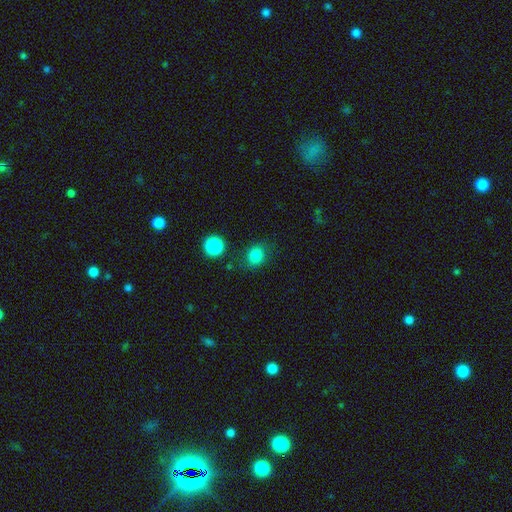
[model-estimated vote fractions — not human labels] Smooth or featured? Predicted: smooth (p=0.82). How rounded? Predicted: round (p=0.68). Merging? Predicted: none (p=0.78).